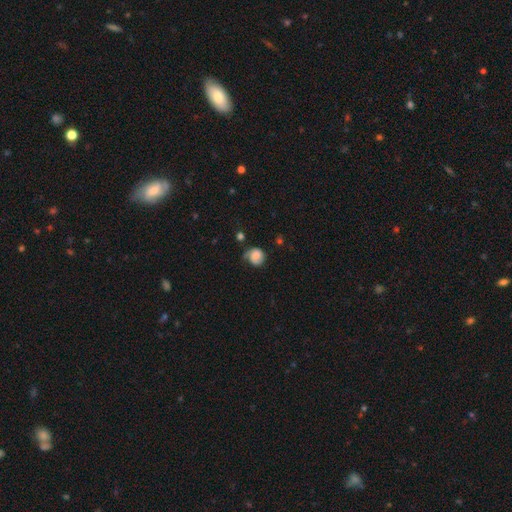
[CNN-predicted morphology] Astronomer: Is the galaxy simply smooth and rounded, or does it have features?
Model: smooth — 51% (runner-up: featured or disk, 41%).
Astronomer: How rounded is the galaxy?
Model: round — 78%.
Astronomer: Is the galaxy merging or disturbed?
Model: none — 51% (runner-up: minor disturbance, 30%).